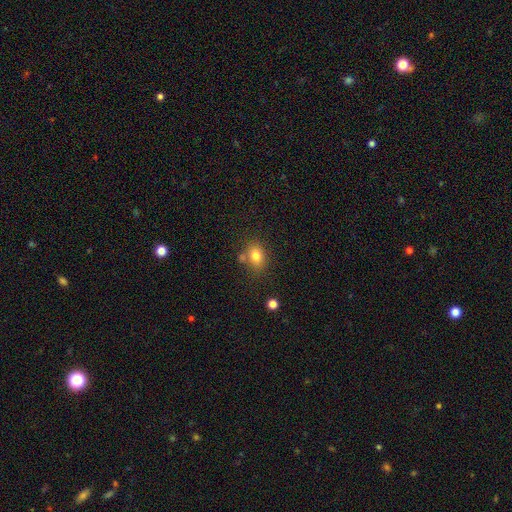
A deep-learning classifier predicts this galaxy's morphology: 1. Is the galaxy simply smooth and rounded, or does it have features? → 80% smooth, 11% star or artifact, 9% featured or disk.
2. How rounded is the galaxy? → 59% in between, 40% round, 1% cigar-shaped.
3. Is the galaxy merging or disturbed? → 66% none, 15% minor disturbance, 14% merger, 4% major disturbance.